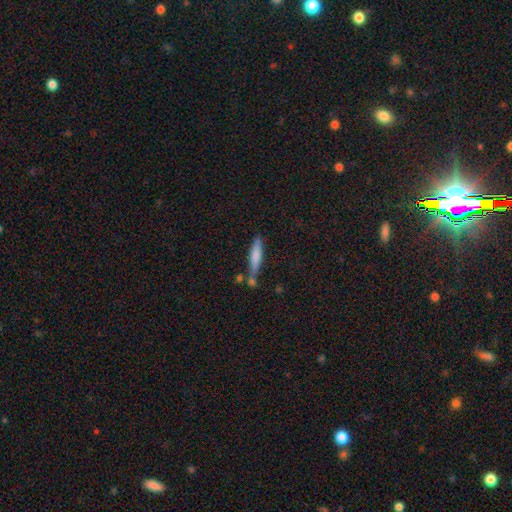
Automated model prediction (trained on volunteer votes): Smooth or featured?
  - smooth: 70% *
  - featured or disk: 23%
  - star or artifact: 7%
How rounded?
  - cigar-shaped: 85% *
  - in between: 13%
  - round: 2%
Merging?
  - none: 60% *
  - minor disturbance: 18%
  - merger: 17%
  - major disturbance: 5%